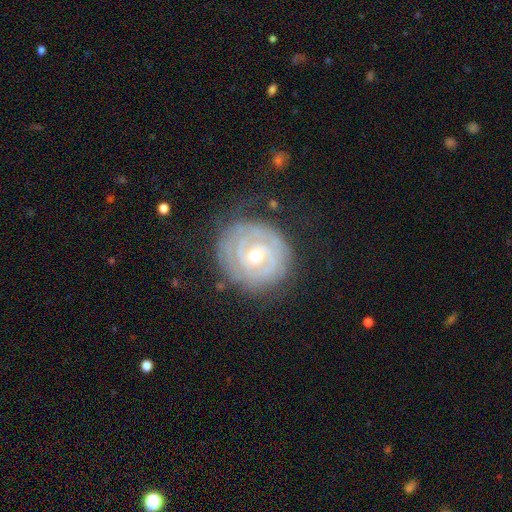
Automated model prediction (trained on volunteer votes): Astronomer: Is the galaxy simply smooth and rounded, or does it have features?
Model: featured or disk — 81%.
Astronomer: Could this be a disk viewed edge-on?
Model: no — 97%.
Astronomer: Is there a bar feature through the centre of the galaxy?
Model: no — 68%.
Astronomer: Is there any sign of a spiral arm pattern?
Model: yes — 85%.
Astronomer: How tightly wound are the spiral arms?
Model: tight — 80%.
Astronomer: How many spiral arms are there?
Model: can't tell — 41% (runner-up: 2, 28%).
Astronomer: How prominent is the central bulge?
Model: moderate — 61%.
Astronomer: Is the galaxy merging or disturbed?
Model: none — 73%.